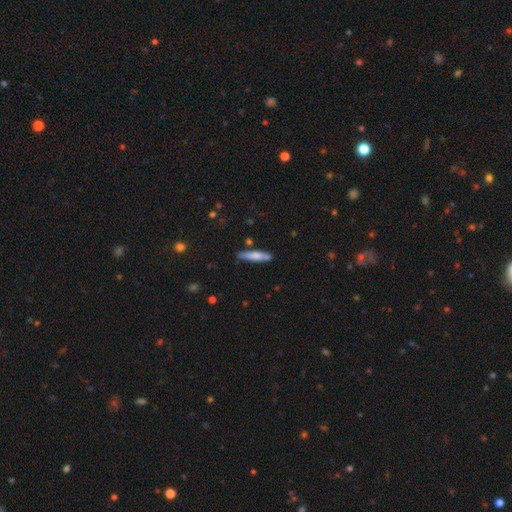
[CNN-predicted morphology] This is likely a smooth galaxy (66%). How rounded: clearly cigar-shaped (83%). Merging: clearly none (81%).